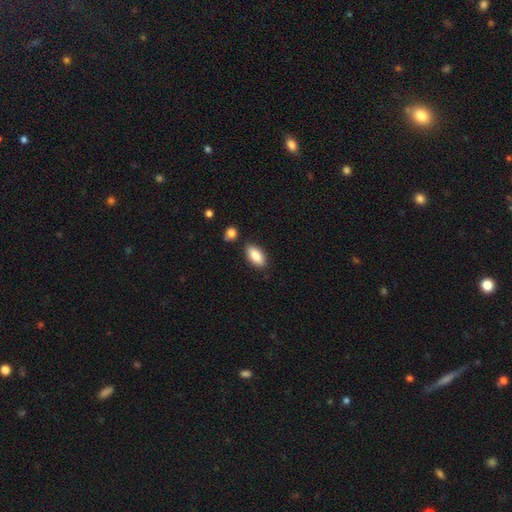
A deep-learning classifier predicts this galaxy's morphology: Smooth or featured?
  - smooth: 86% *
  - featured or disk: 8%
  - star or artifact: 6%
How rounded?
  - in between: 89% *
  - cigar-shaped: 8%
  - round: 3%
Merging?
  - none: 83% *
  - minor disturbance: 10%
  - merger: 4%
  - major disturbance: 2%